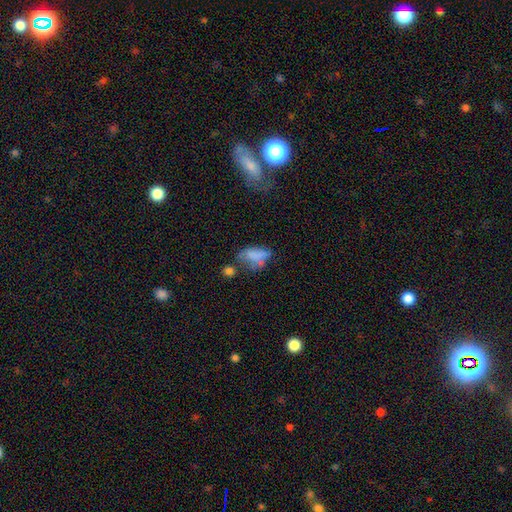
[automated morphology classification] Q: Smooth or featured?
A: smooth (63%); runner-up: featured or disk (25%)
Q: How rounded?
A: in between (86%); runner-up: round (8%)
Q: Merging?
A: none (28%); runner-up: major disturbance (27%)